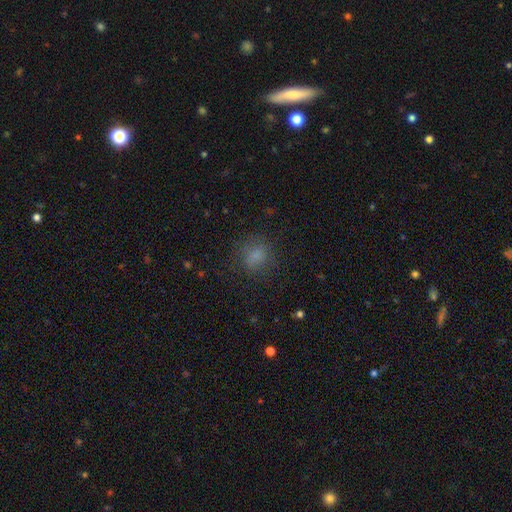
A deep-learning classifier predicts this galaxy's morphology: smooth 78%, star or artifact 14%, featured or disk 8%. Down the decision tree: how rounded — round (71%); merging — none (76%).